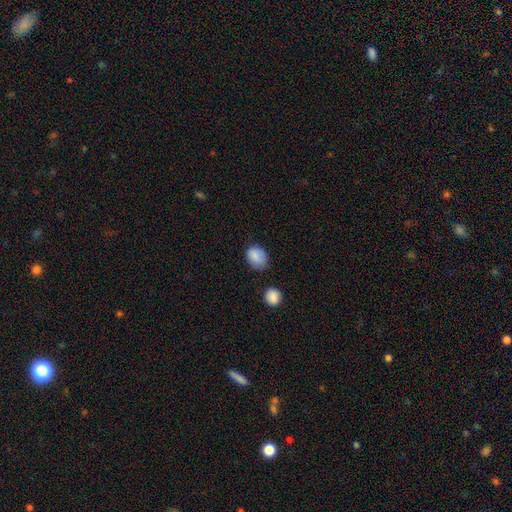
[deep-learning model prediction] This appears to be a smooth galaxy with no disk features (86%) that is in between round and cigar-shaped (60%). Merging: none (63%).